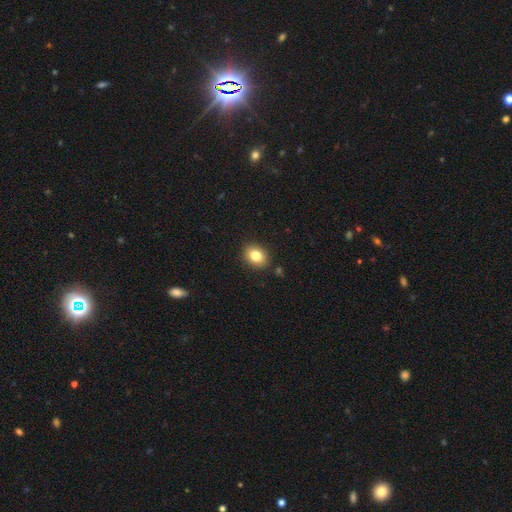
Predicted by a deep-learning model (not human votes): A smooth galaxy with no disk features (83%) that is in between round and cigar-shaped (54%).

Vote fractions:
- Smooth or featured? smooth: 83% / star or artifact: 10% / featured or disk: 8%
- How rounded? in between: 54% / round: 45% / cigar-shaped: 1%
- Merging? none: 89% / minor disturbance: 8% / major disturbance: 2% / merger: 2%